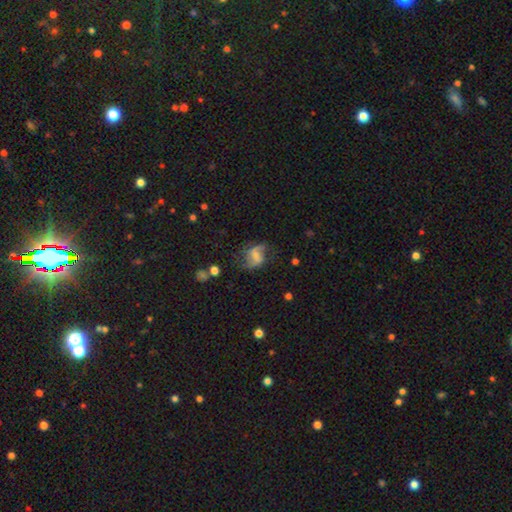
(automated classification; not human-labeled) A featured or disk galaxy (55%) with a weak bar (44%), spiral arms (80%) and no central bulge (42%).

Vote fractions:
- Smooth or featured? featured or disk: 55% / smooth: 35% / star or artifact: 10%
- Edge-on disk? no: 97% / yes: 3%
- Bar? weak: 44% / no: 34% / strong: 22%
- Spiral arms? yes: 80% / no: 20%
- Bulge size? none: 42% / small: 28% / moderate: 20% / large: 7% / dominant: 2%
- Merging? none: 48% / minor disturbance: 25% / major disturbance: 24% / merger: 3%